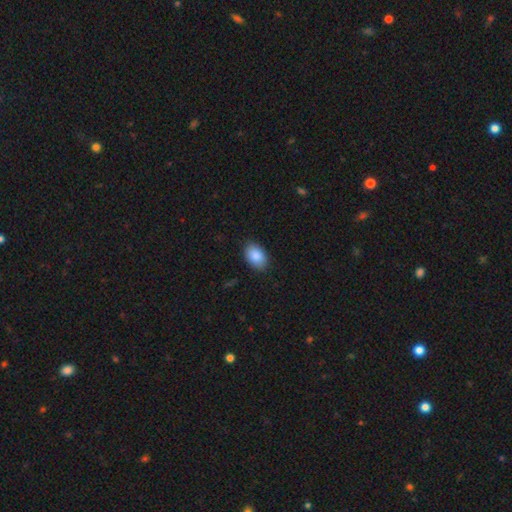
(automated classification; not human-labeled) Overall: smooth (88%). How rounded: in between (89%). Merging: none (88%).